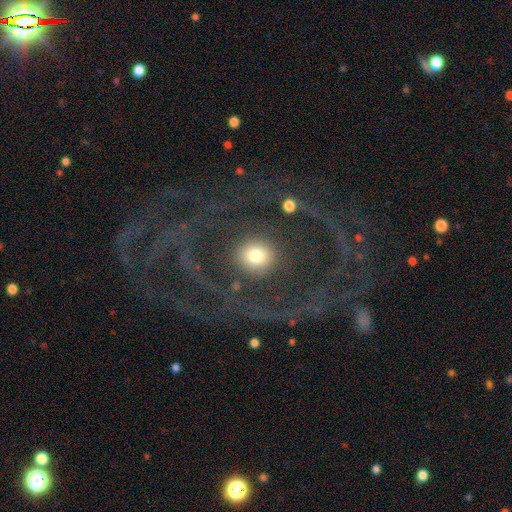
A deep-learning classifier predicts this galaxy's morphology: This is likely a smooth galaxy (63%). How rounded: clearly round (82%). Merging: likely none (64%).